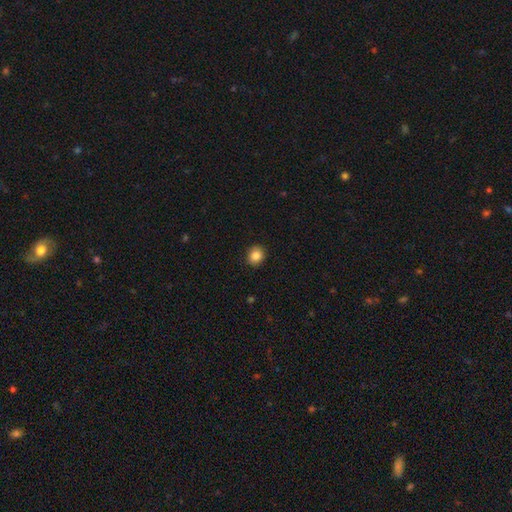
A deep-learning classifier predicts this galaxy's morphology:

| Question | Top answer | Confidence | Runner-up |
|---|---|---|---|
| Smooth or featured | smooth | 86% | star or artifact (10%) |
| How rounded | round | 79% | in between (20%) |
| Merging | none | 90% | minor disturbance (7%) |